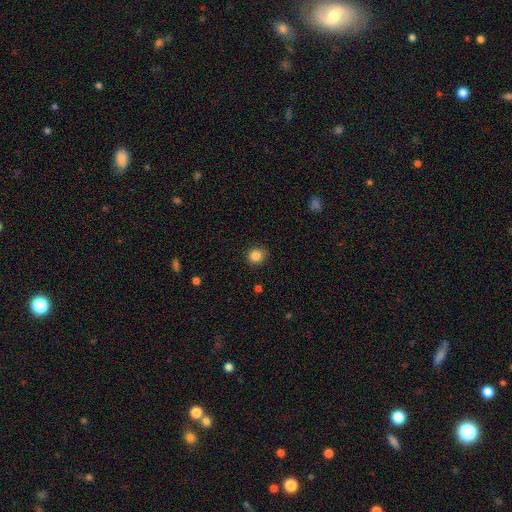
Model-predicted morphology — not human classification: Smooth or featured?
  - smooth: 86% *
  - star or artifact: 11%
  - featured or disk: 3%
How rounded?
  - round: 86% *
  - in between: 13%
  - cigar-shaped: 1%
Merging?
  - none: 84% *
  - minor disturbance: 12%
  - major disturbance: 3%
  - merger: 1%